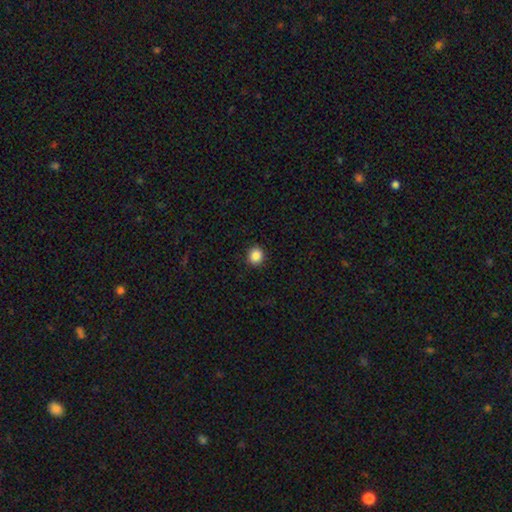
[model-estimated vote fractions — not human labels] A smooth galaxy with no disk features (87%) that is round (88%).

Vote fractions:
- Smooth or featured? smooth: 87% / star or artifact: 10% / featured or disk: 3%
- How rounded? round: 88% / in between: 11% / cigar-shaped: 1%
- Merging? none: 92% / minor disturbance: 5% / major disturbance: 2% / merger: 1%